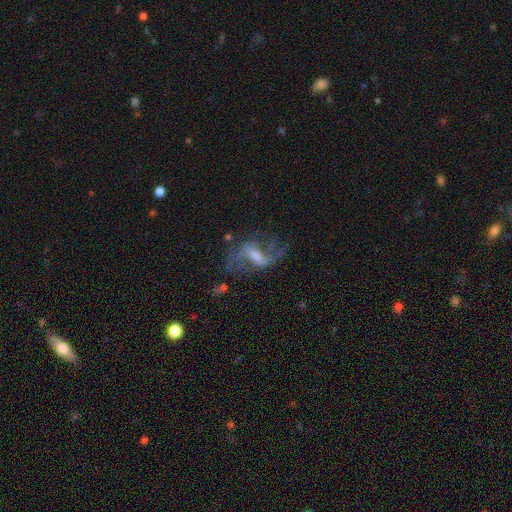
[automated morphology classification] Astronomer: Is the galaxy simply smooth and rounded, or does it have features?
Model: featured or disk — 81%.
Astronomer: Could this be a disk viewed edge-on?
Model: no — 94%.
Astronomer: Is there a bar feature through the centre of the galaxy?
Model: weak — 50% (runner-up: strong, 35%).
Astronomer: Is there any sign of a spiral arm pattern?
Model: yes — 90%.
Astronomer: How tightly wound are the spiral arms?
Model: loose — 69%.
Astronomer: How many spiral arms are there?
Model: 2 — 81%.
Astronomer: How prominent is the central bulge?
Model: moderate — 42% (runner-up: small, 35%).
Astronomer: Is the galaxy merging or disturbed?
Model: none — 56%.